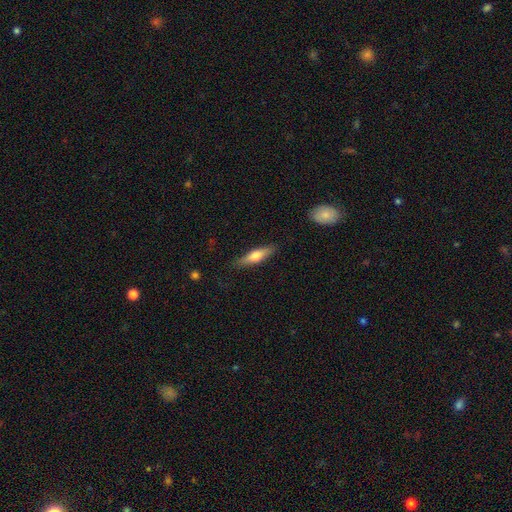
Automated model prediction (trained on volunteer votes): A smooth galaxy with no disk features (57%) that is cigar-shaped (70%). Merging: none (84%).